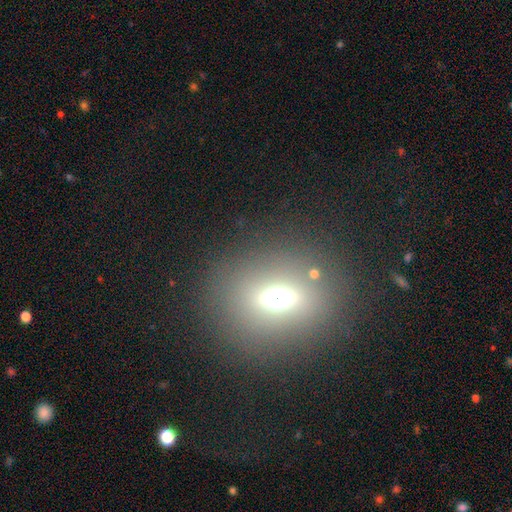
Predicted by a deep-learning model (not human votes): smooth-or-featured: smooth: 55% | star or artifact: 23% | featured or disk: 22%
  how-rounded: in between: 51% | round: 44% | cigar-shaped: 5%
  merging: none: 82% | minor disturbance: 10% | major disturbance: 5% | merger: 3%